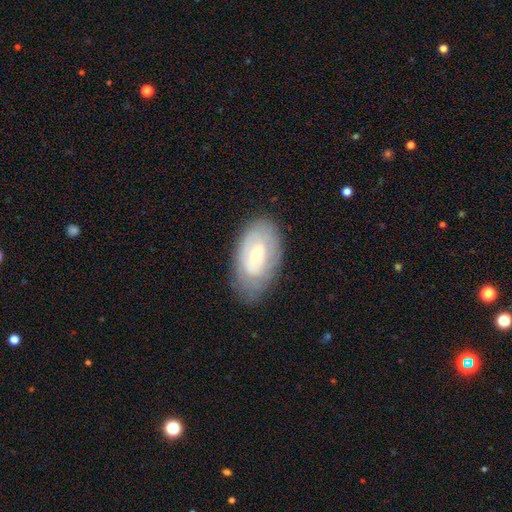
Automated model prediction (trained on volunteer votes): Morphology: type=featured or disk (56%); edge-on=no (92%); bar=no (66%); spiral arms=no (50%, tied with yes); bulge=small (57%); merging=none (75%).